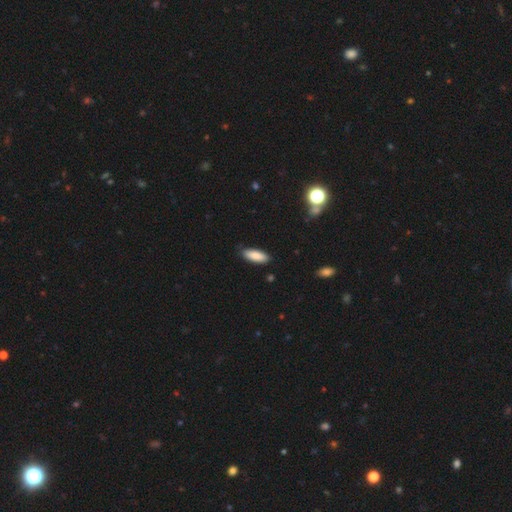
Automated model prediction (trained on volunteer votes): Smooth or featured? smooth (86%)
How rounded? in between (68%)
Merging? none (85%)